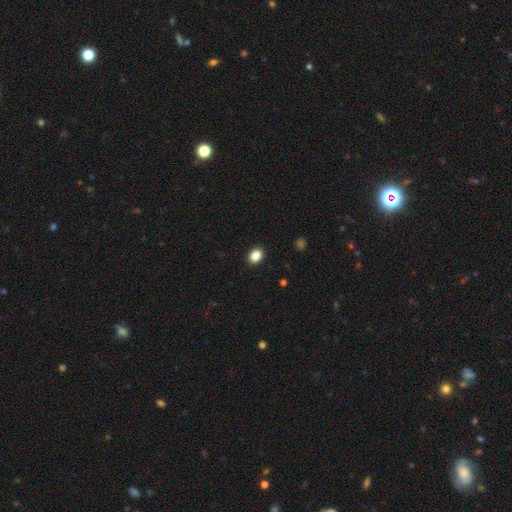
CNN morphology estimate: A smooth galaxy with no disk features (86%) that is in between round and cigar-shaped (59%).

Vote fractions:
- Smooth or featured? smooth: 86% / star or artifact: 10% / featured or disk: 4%
- How rounded? in between: 59% / round: 40% / cigar-shaped: 1%
- Merging? none: 91% / minor disturbance: 7% / major disturbance: 2% / merger: 1%